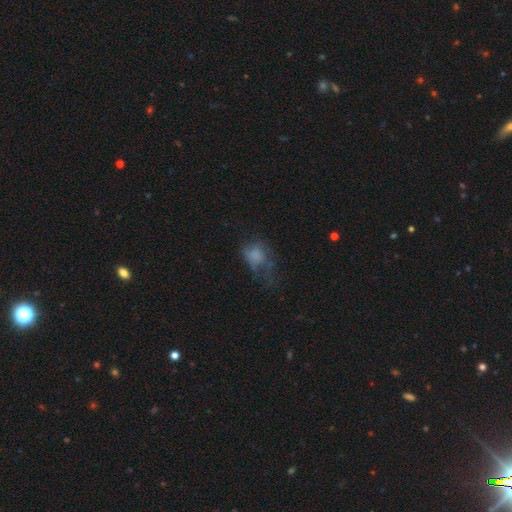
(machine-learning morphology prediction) smooth_or_featured: smooth (p=0.57) [alt: featured or disk p=0.30]
how_rounded: in between (p=0.57) [alt: round p=0.42]
merging: major disturbance (p=0.43) [alt: none p=0.31]